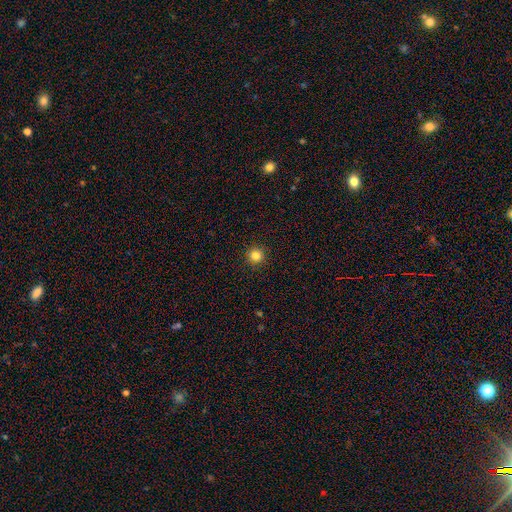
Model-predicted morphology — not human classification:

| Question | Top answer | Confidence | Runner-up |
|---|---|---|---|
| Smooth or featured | smooth | 83% | star or artifact (12%) |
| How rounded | round | 96% | in between (3%) |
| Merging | none | 93% | minor disturbance (5%) |